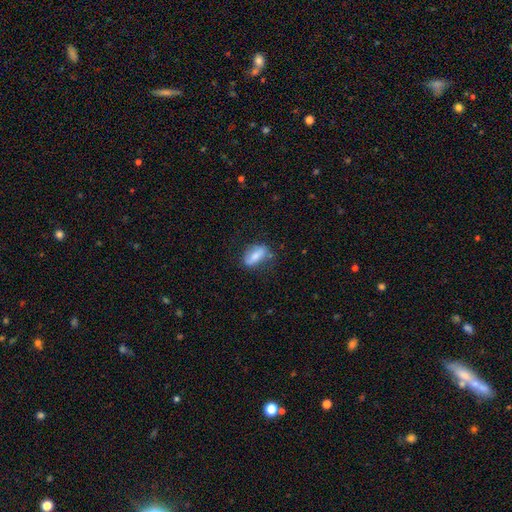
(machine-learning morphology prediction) type=smooth (66%); roundness=in between (78%); merging=none (66%).